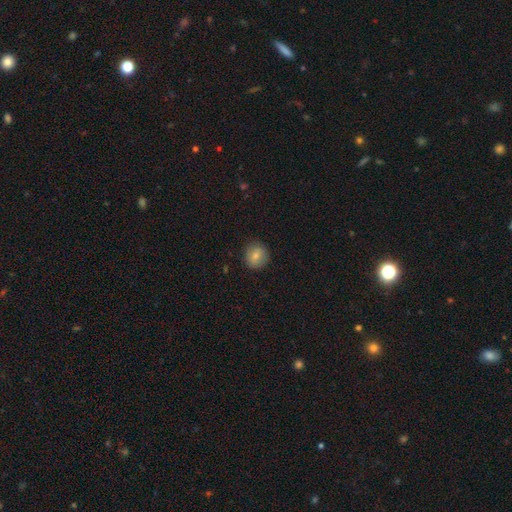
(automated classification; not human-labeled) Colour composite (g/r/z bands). It shows a smooth galaxy with no disk features (79%) that is round (86%). Merging: none (86%).